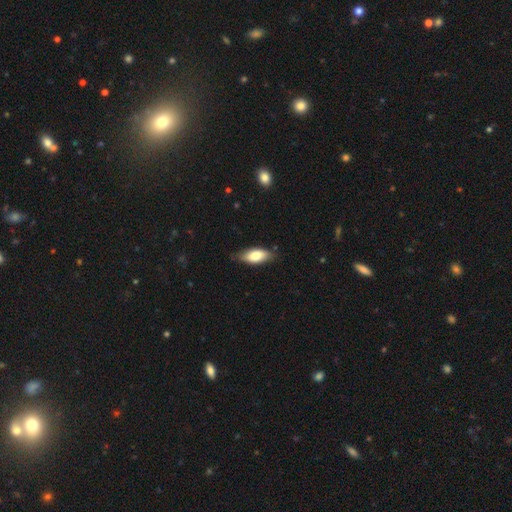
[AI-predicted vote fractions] Smooth or featured: smooth — 75% (featured or disk — 19%)
How rounded: in between — 83% (cigar-shaped — 15%)
Merging: none — 78% (minor disturbance — 18%)